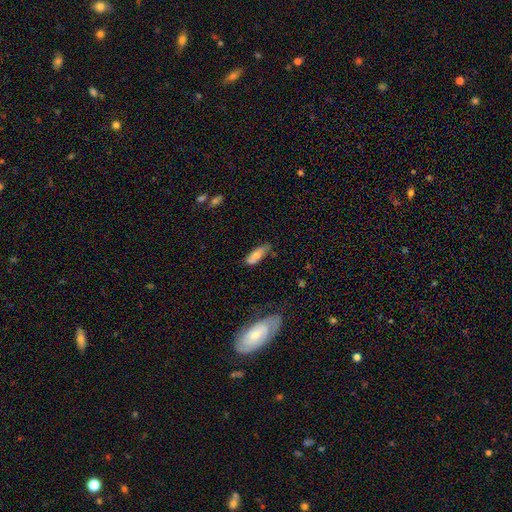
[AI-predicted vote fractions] This appears to be a smooth galaxy with no disk features (71%) that is in between round and cigar-shaped (65%). Merging: none (59%).